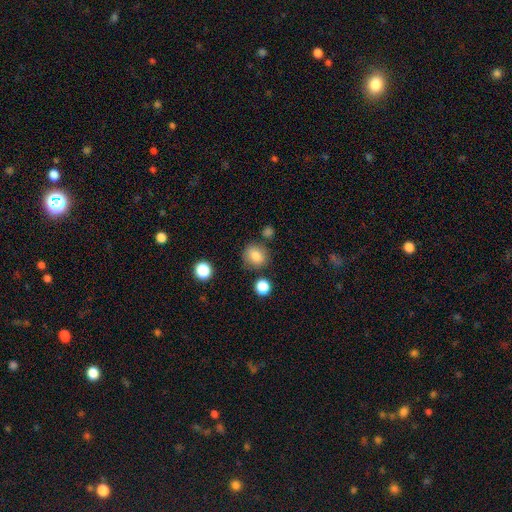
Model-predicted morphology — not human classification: type=smooth (82%); roundness=round (82%); merging=none (81%).